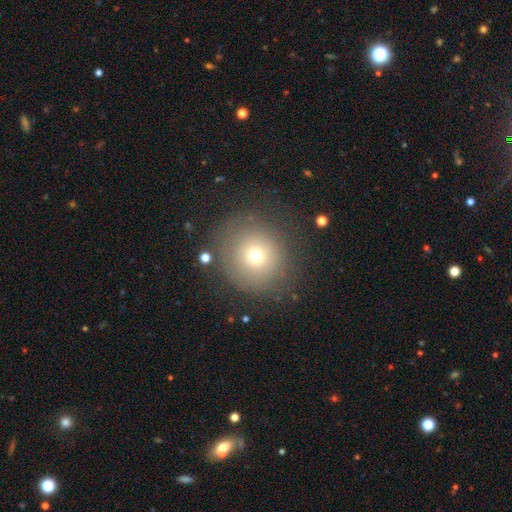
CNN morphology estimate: smooth-or-featured: smooth: 68% | star or artifact: 17% | featured or disk: 15%
  how-rounded: round: 91% | in between: 8% | cigar-shaped: 1%
  merging: none: 78% | minor disturbance: 12% | major disturbance: 7% | merger: 2%